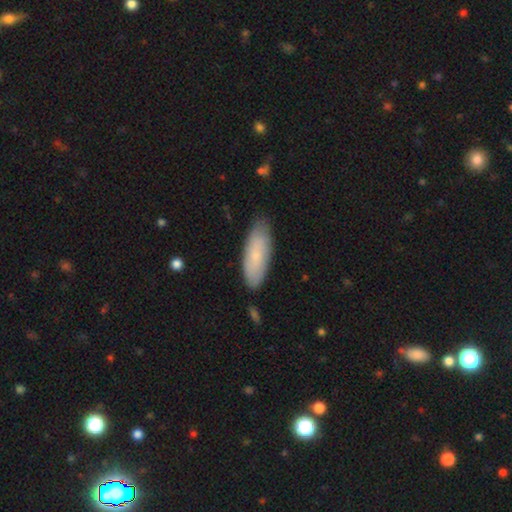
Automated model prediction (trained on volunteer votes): A smooth galaxy with no disk features (74%) that is in between round and cigar-shaped (64%). Merging: none (80%).